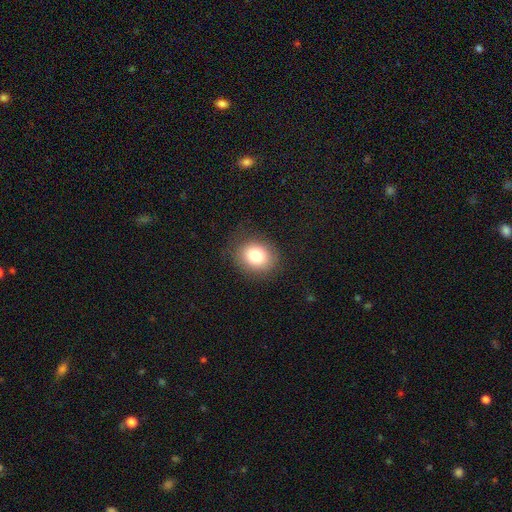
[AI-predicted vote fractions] Smooth or featured? Predicted: smooth (p=0.79). How rounded? Predicted: round (p=0.63). Merging? Predicted: none (p=0.85).